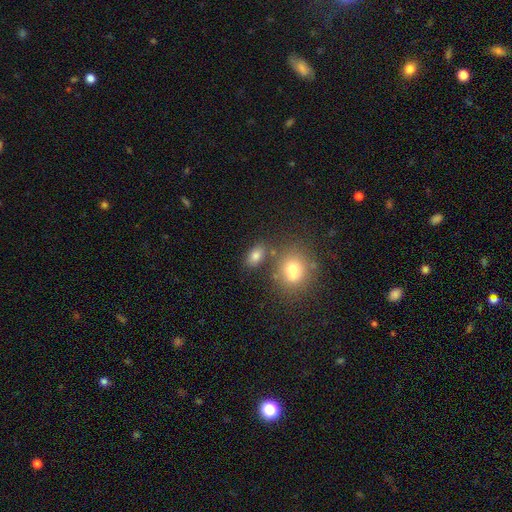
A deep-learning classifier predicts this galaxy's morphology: A smooth galaxy with no disk features (78%) that is in between round and cigar-shaped (83%). Merging: none (71%).